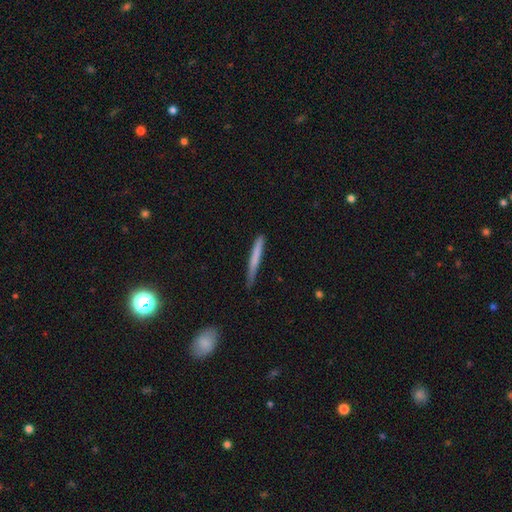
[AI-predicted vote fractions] A smooth galaxy with no disk features (67%) that is cigar-shaped (97%). Merging: none (77%).